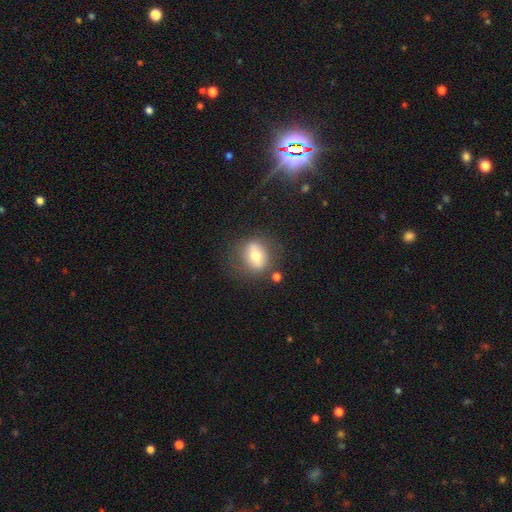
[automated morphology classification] Overall: smooth (57%; featured or disk 34%). How rounded: round (58%; in between 40%). Merging: none (71%).